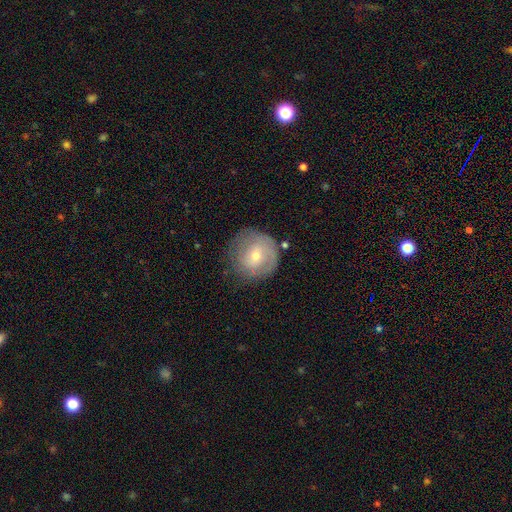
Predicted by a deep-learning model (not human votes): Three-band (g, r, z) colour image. It shows a featured or disk galaxy (50%). Merging: none (72%).